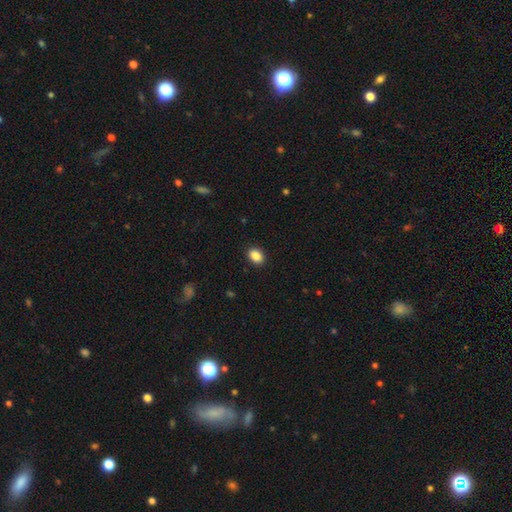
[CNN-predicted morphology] Smooth or featured: smooth — 88% (star or artifact — 8%)
How rounded: in between — 74% (round — 25%)
Merging: none — 90% (minor disturbance — 7%)